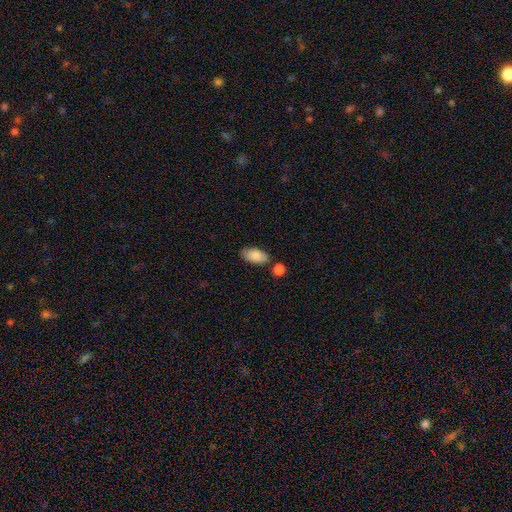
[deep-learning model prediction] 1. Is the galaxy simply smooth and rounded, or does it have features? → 86% smooth, 7% featured or disk, 6% star or artifact.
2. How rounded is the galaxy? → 93% in between, 4% cigar-shaped, 3% round.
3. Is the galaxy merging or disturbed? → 73% none, 15% minor disturbance, 9% merger, 3% major disturbance.